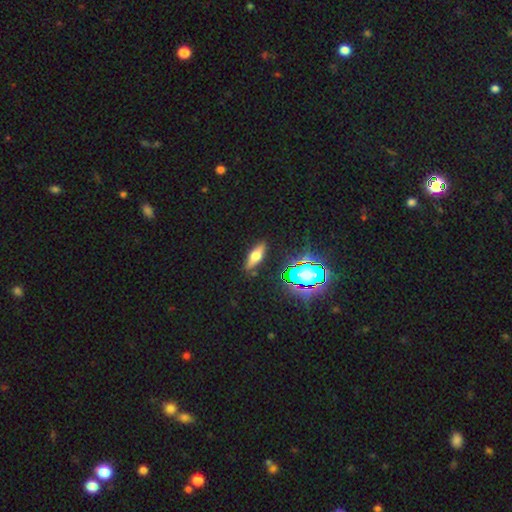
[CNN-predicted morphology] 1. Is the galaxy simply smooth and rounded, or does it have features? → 51% smooth, 34% featured or disk, 15% star or artifact.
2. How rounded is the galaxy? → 53% in between, 42% cigar-shaped, 5% round.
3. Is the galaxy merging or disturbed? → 86% none, 10% minor disturbance, 2% major disturbance, 2% merger.